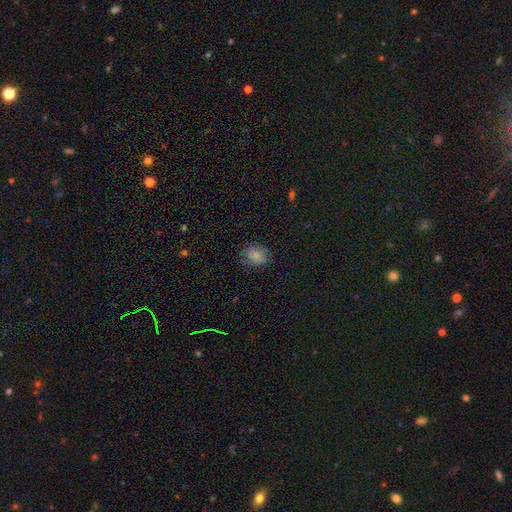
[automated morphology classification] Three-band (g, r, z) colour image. It shows a smooth galaxy with no disk features (84%) that is round (60%). Merging: none (76%).